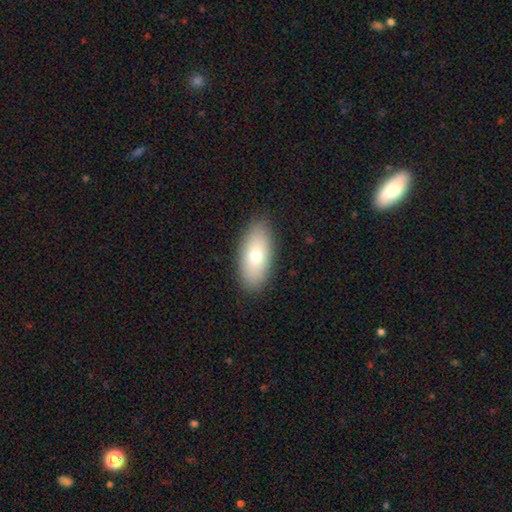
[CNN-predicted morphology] Overall: smooth (72%). How rounded: in between (89%). Merging: none (88%).